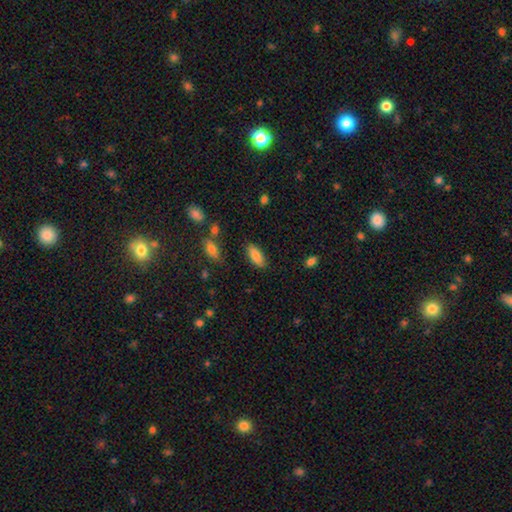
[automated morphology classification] Q: Smooth or featured?
A: smooth (83%); runner-up: featured or disk (9%)
Q: How rounded?
A: in between (84%); runner-up: cigar-shaped (14%)
Q: Merging?
A: none (83%); runner-up: minor disturbance (12%)